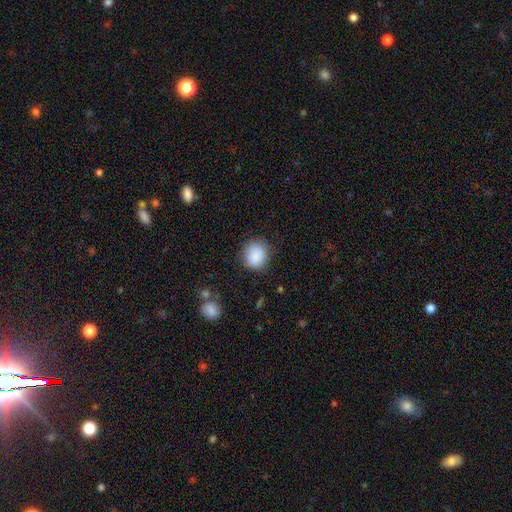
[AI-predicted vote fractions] smooth-or-featured: smooth: 87% | star or artifact: 8% | featured or disk: 4%
  how-rounded: round: 75% | in between: 24% | cigar-shaped: 1%
  merging: none: 79% | minor disturbance: 15% | major disturbance: 4% | merger: 2%